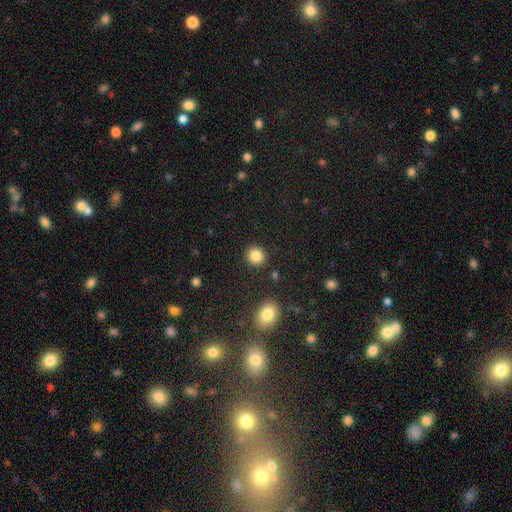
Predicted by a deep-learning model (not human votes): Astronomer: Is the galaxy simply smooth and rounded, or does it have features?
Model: smooth — 86%.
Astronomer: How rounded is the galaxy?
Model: round — 84%.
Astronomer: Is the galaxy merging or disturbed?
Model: none — 90%.